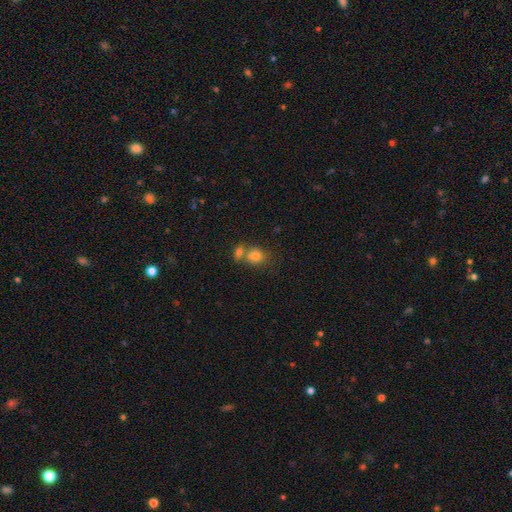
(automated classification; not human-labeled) smooth_or_featured: smooth (p=0.78) [alt: star or artifact p=0.11]
how_rounded: round (p=0.62) [alt: in between p=0.36]
merging: merger (p=0.44) [alt: none p=0.42]